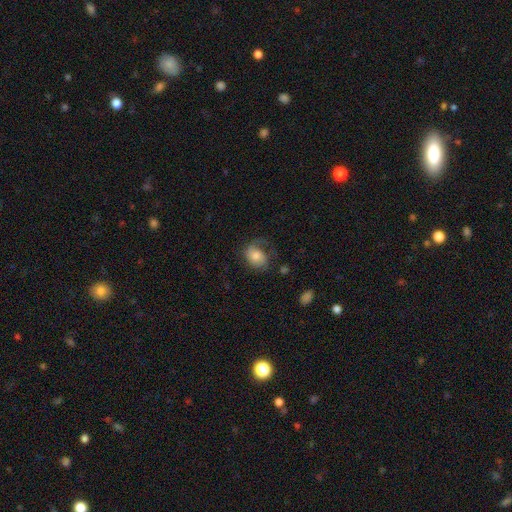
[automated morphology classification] Smooth or featured?
  - smooth: 55% *
  - featured or disk: 37%
  - star or artifact: 8%
How rounded?
  - in between: 65% *
  - round: 34%
  - cigar-shaped: 1%
Merging?
  - none: 42% *
  - major disturbance: 30%
  - minor disturbance: 25%
  - merger: 2%